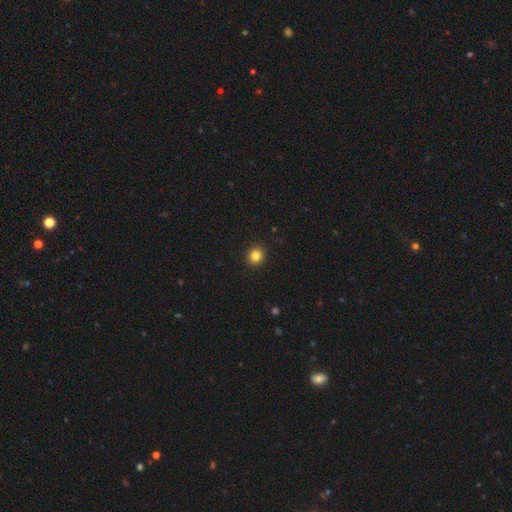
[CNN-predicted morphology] Smooth or featured: smooth — 83% (star or artifact — 11%)
How rounded: round — 90% (in between — 9%)
Merging: none — 93% (minor disturbance — 5%)